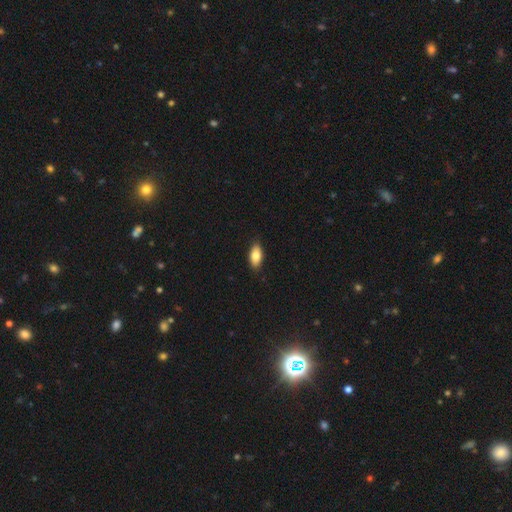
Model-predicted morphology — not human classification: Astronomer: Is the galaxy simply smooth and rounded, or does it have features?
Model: smooth — 83%.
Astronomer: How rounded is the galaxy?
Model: in between — 90%.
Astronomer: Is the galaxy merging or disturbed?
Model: none — 87%.